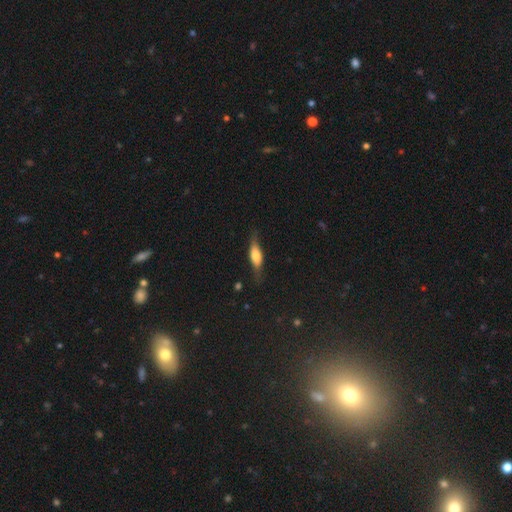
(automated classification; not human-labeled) A smooth galaxy with no disk features (58%) that is in between round and cigar-shaped (58%).

Vote fractions:
- Smooth or featured? smooth: 58% / featured or disk: 35% / star or artifact: 7%
- How rounded? in between: 58% / cigar-shaped: 39% / round: 4%
- Merging? none: 68% / minor disturbance: 23% / major disturbance: 7% / merger: 2%